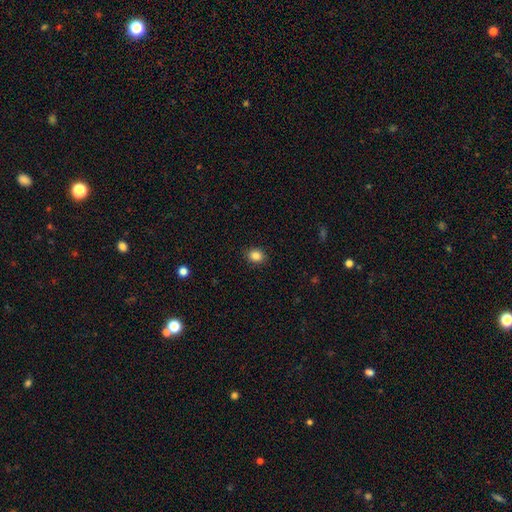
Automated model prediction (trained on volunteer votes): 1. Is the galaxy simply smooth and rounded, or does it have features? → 86% smooth, 10% star or artifact, 4% featured or disk.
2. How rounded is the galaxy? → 53% round, 46% in between, 1% cigar-shaped.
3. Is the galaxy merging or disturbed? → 89% none, 7% minor disturbance, 2% major disturbance, 1% merger.